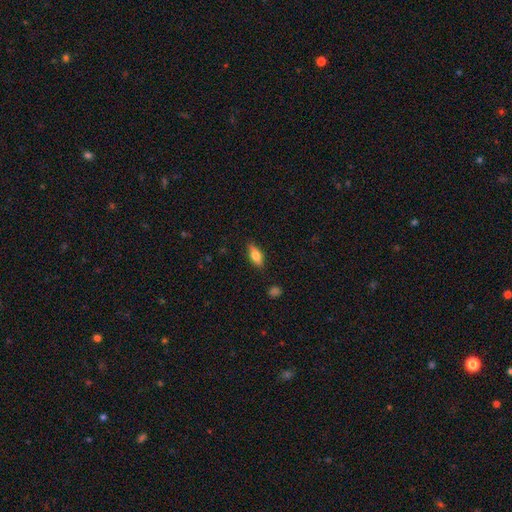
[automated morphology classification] smooth 73%, featured or disk 20%, star or artifact 7%. Down the decision tree: how rounded — in between (77%); merging — none (84%).